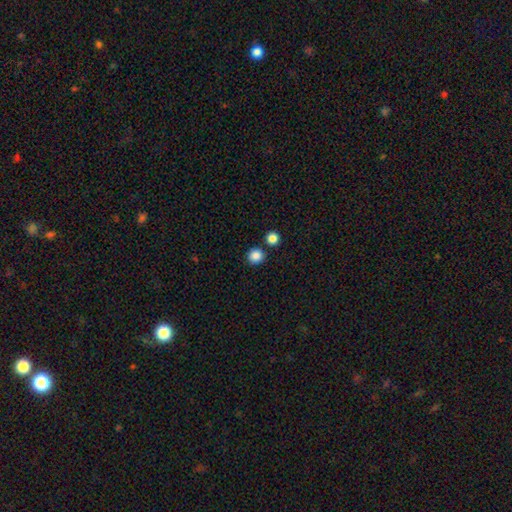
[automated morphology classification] Smooth or featured: smooth — 86% (star or artifact — 11%)
How rounded: round — 93% (in between — 6%)
Merging: none — 84% (merger — 8%)